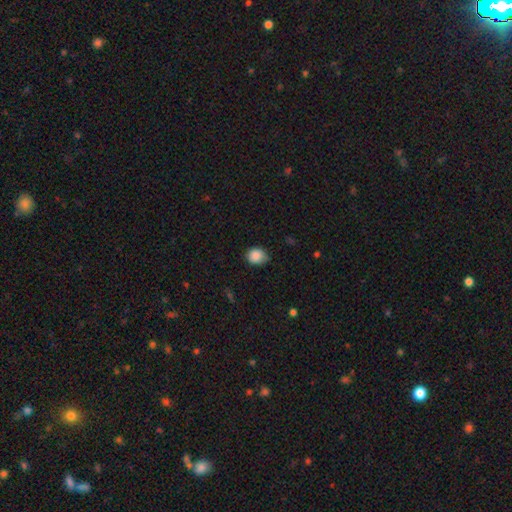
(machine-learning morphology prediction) Overall: smooth (88%). How rounded: round (65%; in between 34%). Merging: none (68%).